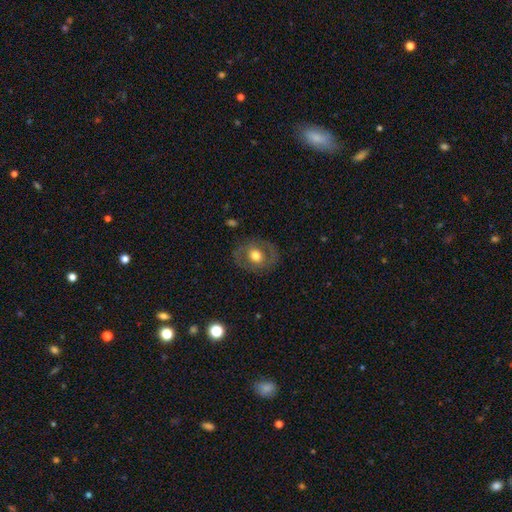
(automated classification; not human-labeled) Smooth or featured?
  - featured or disk: 47% *
  - smooth: 46%
  - star or artifact: 7%
Merging?
  - none: 81% *
  - minor disturbance: 12%
  - major disturbance: 6%
  - merger: 1%